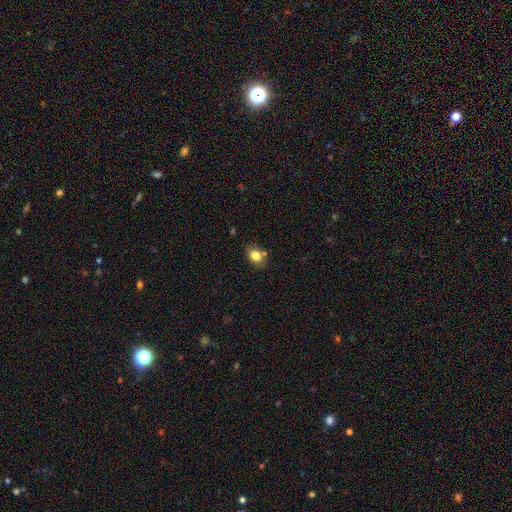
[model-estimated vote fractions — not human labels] Smooth or featured?
  - smooth: 80% *
  - star or artifact: 10%
  - featured or disk: 9%
How rounded?
  - in between: 59% *
  - round: 40%
  - cigar-shaped: 1%
Merging?
  - none: 73% *
  - minor disturbance: 16%
  - merger: 8%
  - major disturbance: 4%